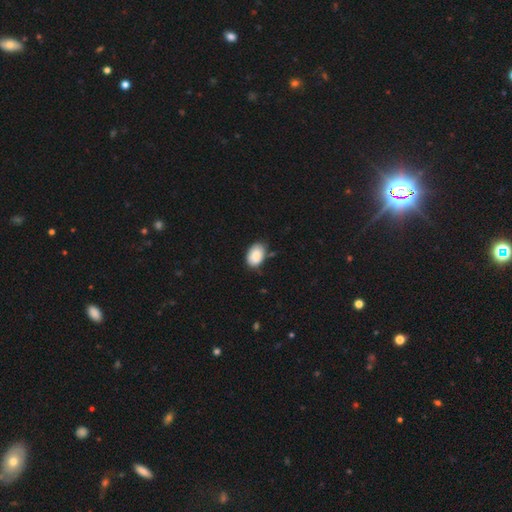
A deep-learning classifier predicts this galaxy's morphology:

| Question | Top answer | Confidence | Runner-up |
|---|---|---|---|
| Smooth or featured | smooth | 88% | star or artifact (7%) |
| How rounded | in between | 87% | round (12%) |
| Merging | none | 71% | minor disturbance (22%) |